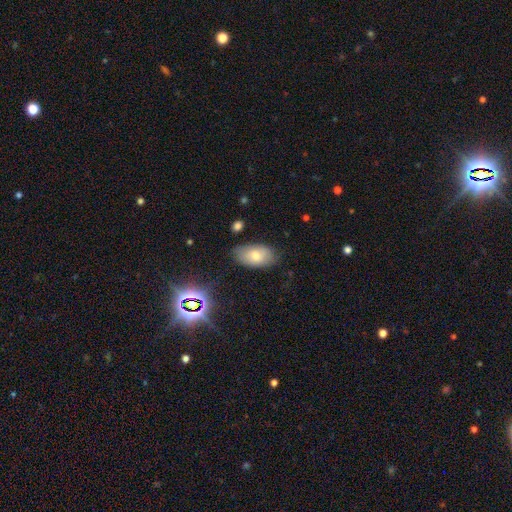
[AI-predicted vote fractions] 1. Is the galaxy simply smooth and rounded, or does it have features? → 71% smooth, 20% featured or disk, 9% star or artifact.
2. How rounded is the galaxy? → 94% in between, 4% round, 2% cigar-shaped.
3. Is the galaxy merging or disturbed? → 76% none, 18% minor disturbance, 4% major disturbance, 2% merger.